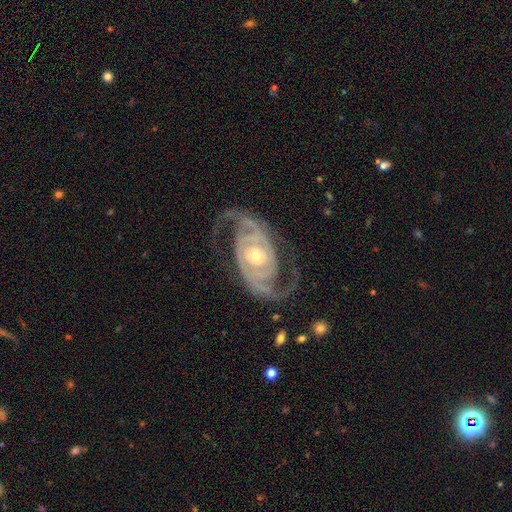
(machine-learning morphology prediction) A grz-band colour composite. It shows a featured or disk galaxy (93%) with no bar (60%), 2 (88%) medium (45%) spiral arms (98%) and a moderate central bulge (54%). Merging: none (76%).